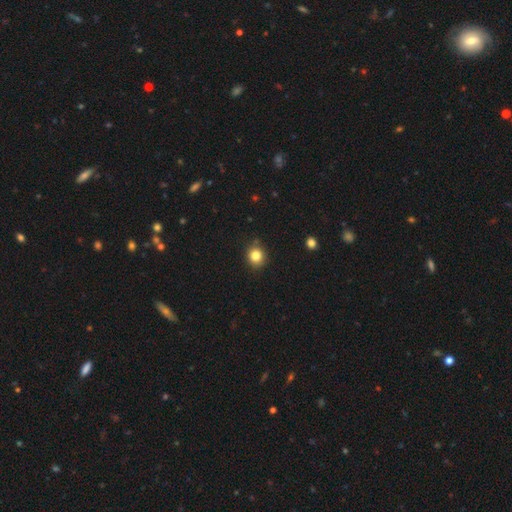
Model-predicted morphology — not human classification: The model was most divided on "how rounded": round: 82%, in between: 17%, cigar-shaped: 1%. More confident: merging — none (85%); smooth or featured — smooth (83%).